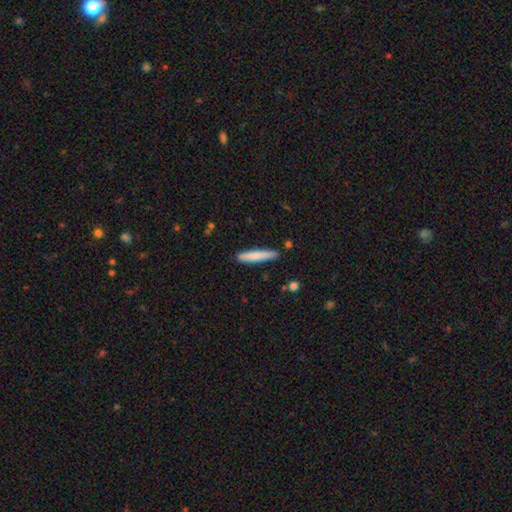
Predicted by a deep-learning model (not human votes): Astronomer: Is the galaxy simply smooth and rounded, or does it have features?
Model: smooth — 77%.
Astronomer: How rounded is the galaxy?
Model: cigar-shaped — 93%.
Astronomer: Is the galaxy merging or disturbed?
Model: none — 87%.